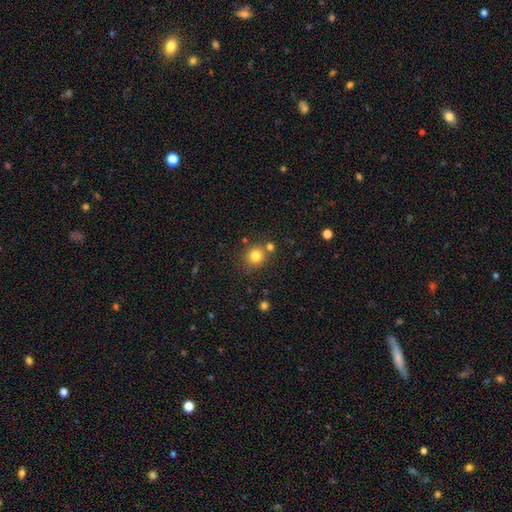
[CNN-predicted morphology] type=smooth (81%); roundness=round (88%); merging=none (73%).